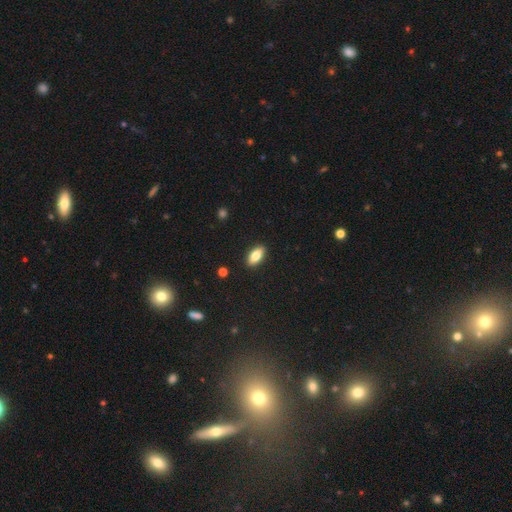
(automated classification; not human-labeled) This is likely a smooth galaxy (79%). How rounded: clearly in between (87%). Merging: clearly none (90%).